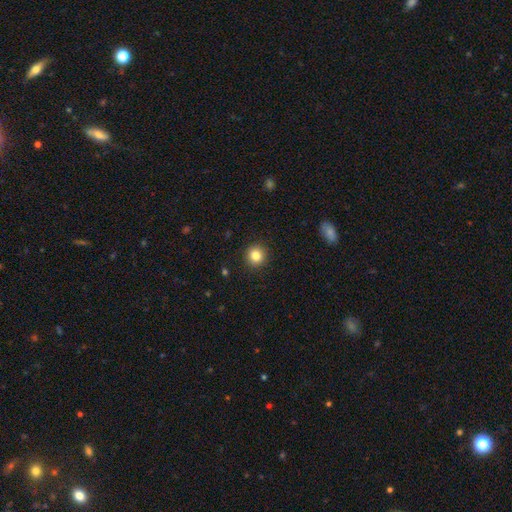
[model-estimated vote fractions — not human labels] Q: Smooth or featured?
A: smooth (85%); runner-up: star or artifact (10%)
Q: How rounded?
A: round (92%); runner-up: in between (7%)
Q: Merging?
A: none (92%); runner-up: minor disturbance (5%)